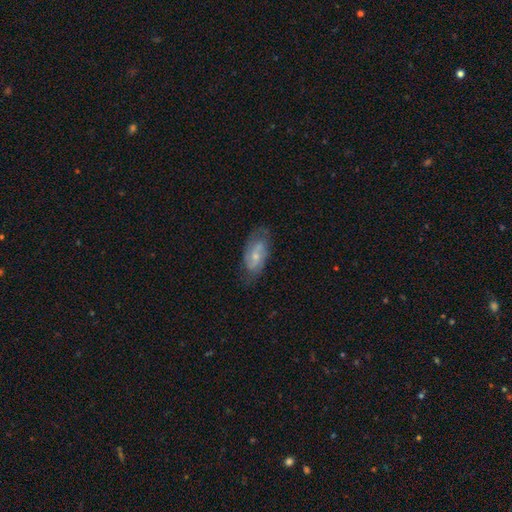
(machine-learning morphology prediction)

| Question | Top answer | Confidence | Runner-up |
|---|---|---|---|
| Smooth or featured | featured or disk | 59% | smooth (34%) |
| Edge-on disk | no | 93% | yes (7%) |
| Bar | no | 47% | weak (41%) |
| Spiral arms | yes | 82% | no (18%) |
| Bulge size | small | 60% | moderate (33%) |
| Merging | none | 67% | minor disturbance (23%) |